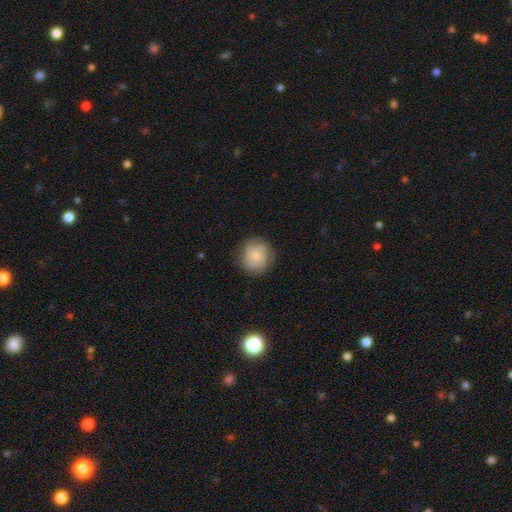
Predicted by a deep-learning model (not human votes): Smooth or featured? Predicted: smooth (p=0.63). How rounded? Predicted: round (p=0.86). Merging? Predicted: none (p=0.77).